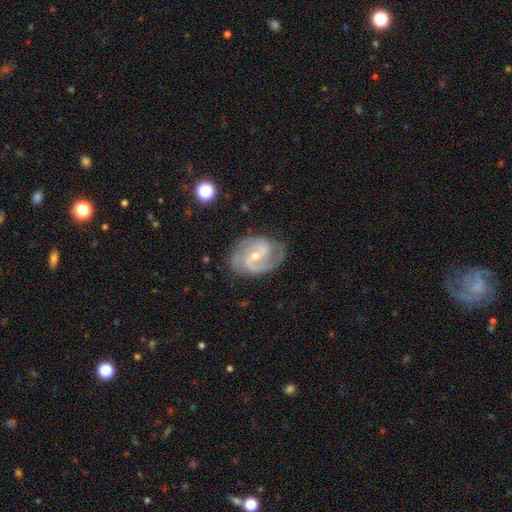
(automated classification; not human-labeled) A featured or disk galaxy (90%) with a weak bar (49%), 2 (72%) medium (53%) spiral arms (98%) and a small central bulge (56%). Merging: none (75%).